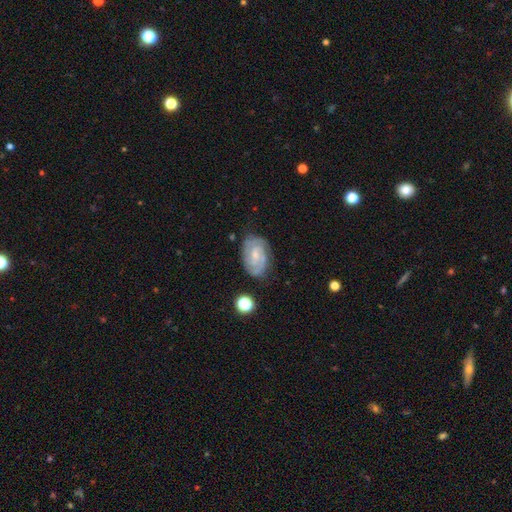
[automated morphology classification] Q: Smooth or featured?
A: featured or disk (78%); runner-up: smooth (16%)
Q: Edge-on disk?
A: no (97%); runner-up: yes (3%)
Q: Bar?
A: no (49%); runner-up: weak (43%)
Q: Spiral arms?
A: yes (94%); runner-up: no (6%)
Q: Spiral winding?
A: tight (59%); runner-up: medium (33%)
Q: Spiral arm count?
A: 2 (45%); runner-up: can't tell (25%)
Q: Bulge size?
A: small (59%); runner-up: moderate (31%)
Q: Merging?
A: none (74%); runner-up: minor disturbance (19%)